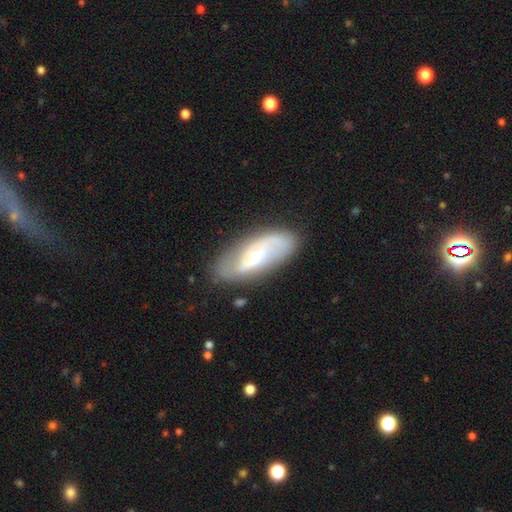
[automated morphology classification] featured or disk 66%, smooth 27%, star or artifact 7%. Down the decision tree: edge-on disk — no (90%); bar — weak (48%); spiral arms — yes (83%); bulge size — small (52%); merging — none (76%).